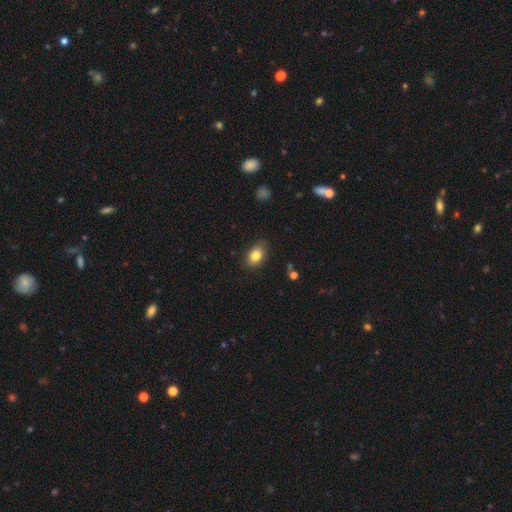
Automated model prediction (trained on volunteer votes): smooth 82%, featured or disk 9%, star or artifact 9%. Down the decision tree: how rounded — in between (83%); merging — none (84%).